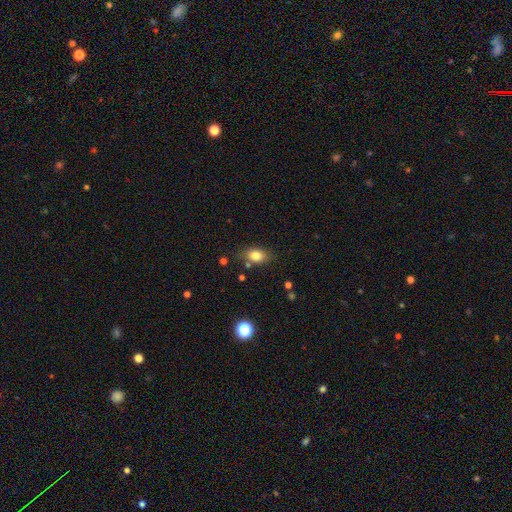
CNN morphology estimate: smooth-or-featured: smooth: 80% | star or artifact: 10% | featured or disk: 10%
  how-rounded: in between: 80% | round: 17% | cigar-shaped: 2%
  merging: none: 79% | minor disturbance: 14% | merger: 4% | major disturbance: 3%